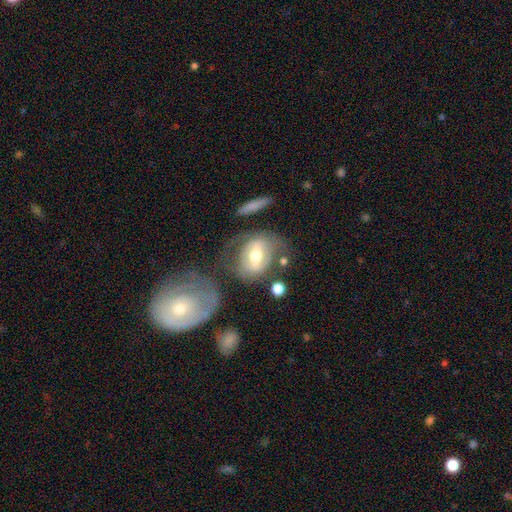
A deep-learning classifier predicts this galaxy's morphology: Smooth or featured? featured or disk (62%)
Edge-on disk? no (91%)
Bar? strong (49%)
Spiral arms? no (52%)
Bulge size? moderate (69%)
Merging? none (56%)